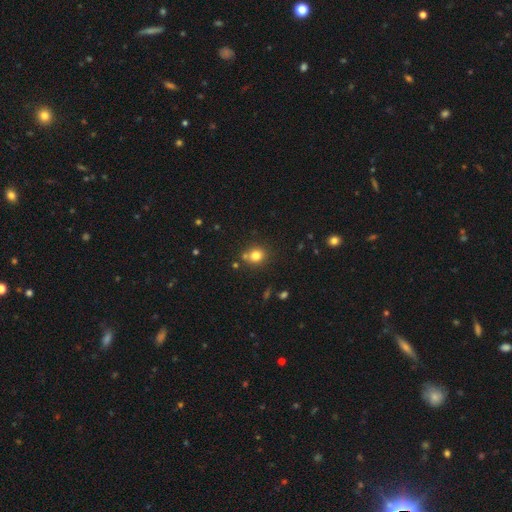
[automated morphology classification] smooth 78%, star or artifact 14%, featured or disk 8%. Down the decision tree: how rounded — round (81%); merging — none (72%).